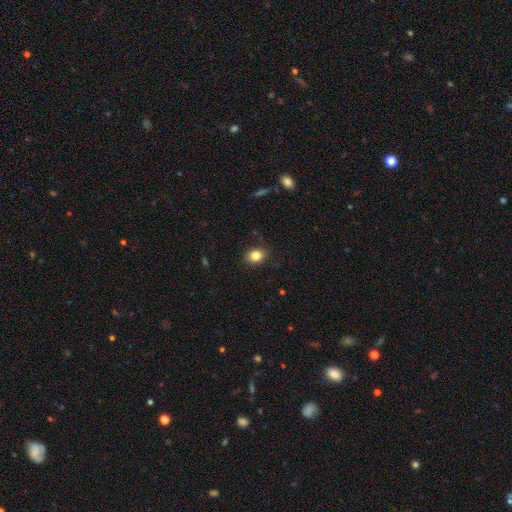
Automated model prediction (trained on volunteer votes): Smooth or featured?
  - smooth: 84% *
  - star or artifact: 10%
  - featured or disk: 6%
How rounded?
  - round: 51% *
  - in between: 48%
  - cigar-shaped: 1%
Merging?
  - none: 86% *
  - minor disturbance: 11%
  - major disturbance: 2%
  - merger: 1%